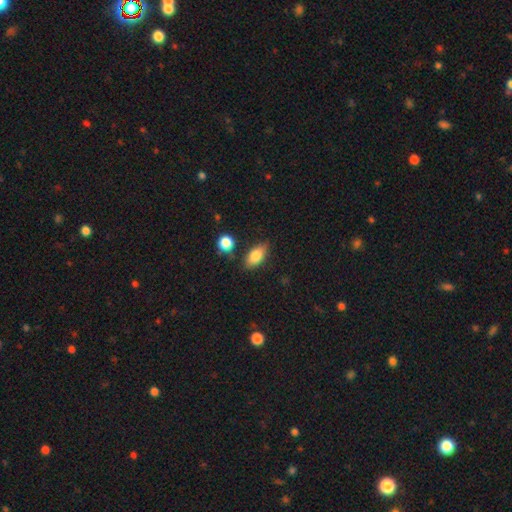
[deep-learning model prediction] Smooth or featured: smooth — 81% (featured or disk — 11%)
How rounded: in between — 87% (round — 6%)
Merging: none — 76% (minor disturbance — 15%)